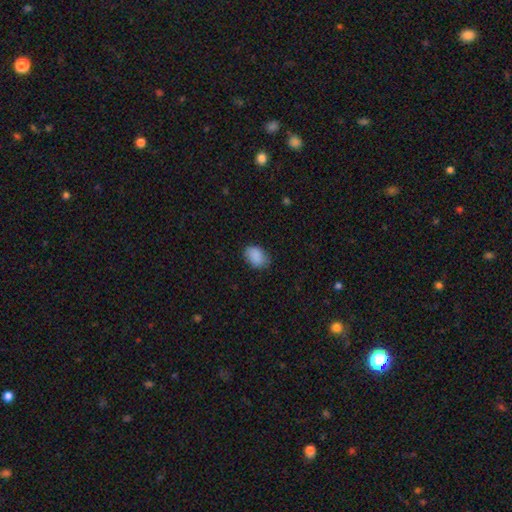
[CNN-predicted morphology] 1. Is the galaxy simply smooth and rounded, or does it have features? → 88% smooth, 8% star or artifact, 4% featured or disk.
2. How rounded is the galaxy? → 76% in between, 23% round, 1% cigar-shaped.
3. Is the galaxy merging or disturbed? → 78% none, 17% minor disturbance, 4% major disturbance, 1% merger.